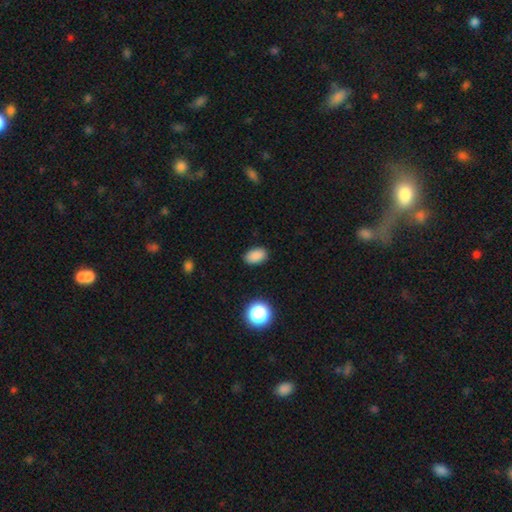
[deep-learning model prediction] smooth 86%, star or artifact 10%, featured or disk 3%. Down the decision tree: how rounded — in between (87%); merging — none (87%).